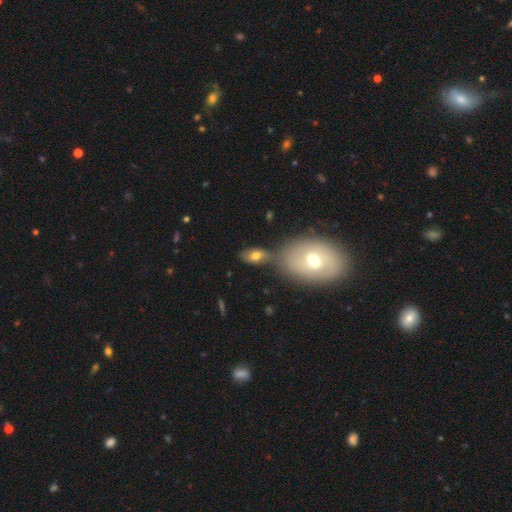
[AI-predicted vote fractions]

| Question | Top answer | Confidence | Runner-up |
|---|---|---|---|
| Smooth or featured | smooth | 69% | featured or disk (21%) |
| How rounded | in between | 84% | round (12%) |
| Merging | none | 47% | merger (30%) |